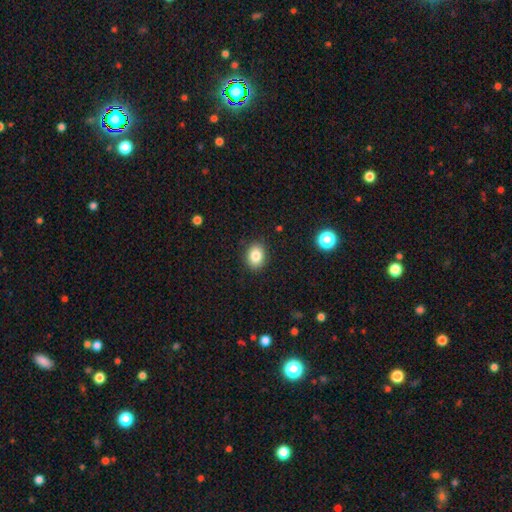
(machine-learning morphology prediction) type=smooth (84%); roundness=in between (56%); merging=none (89%).